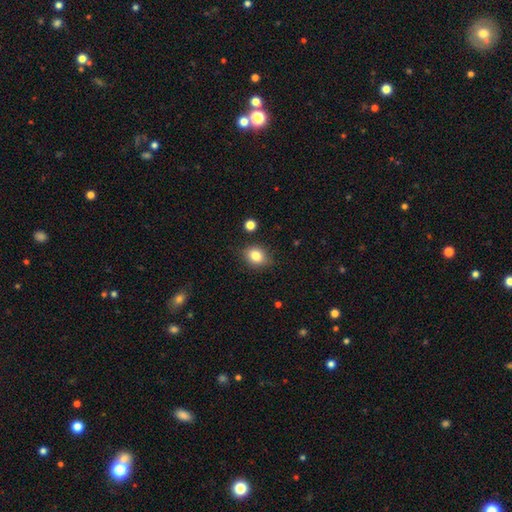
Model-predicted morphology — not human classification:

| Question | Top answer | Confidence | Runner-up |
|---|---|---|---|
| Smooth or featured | smooth | 82% | star or artifact (11%) |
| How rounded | round | 55% | in between (44%) |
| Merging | none | 82% | minor disturbance (13%) |